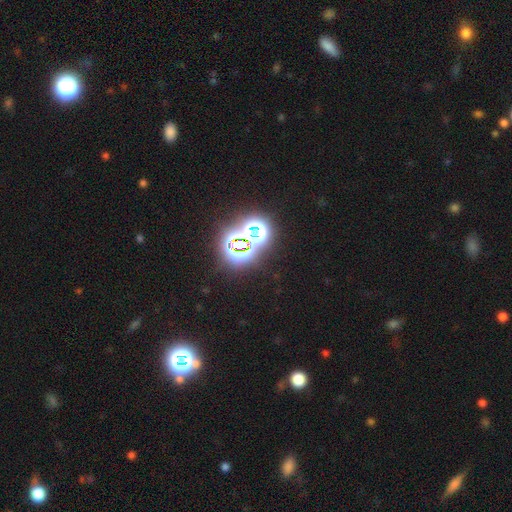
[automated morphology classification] Overall: star or artifact (76%).